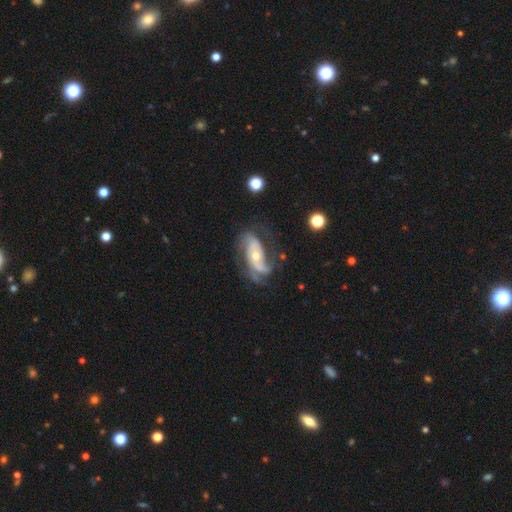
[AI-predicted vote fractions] The model was most divided on "bulge size": moderate: 49%, small: 46%, large: 3%, none: 1%, dominant: 1%. Remaining: edge-on disk — no (94%); spiral arms — yes (92%); smooth or featured — featured or disk (81%); bar — no (61%); spiral arm count — 2 (61%); merging — none (55%); spiral winding — medium (42%).